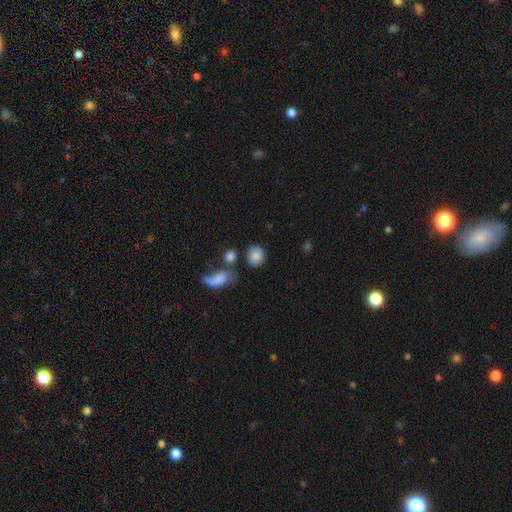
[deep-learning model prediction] This appears to be a smooth galaxy with no disk features (82%) that is round (73%). Merging: none (65%).